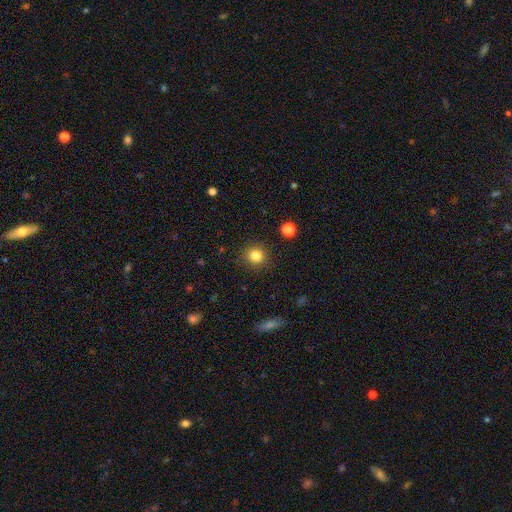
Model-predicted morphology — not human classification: A smooth galaxy with no disk features (83%) that is round (90%). Merging: none (89%).